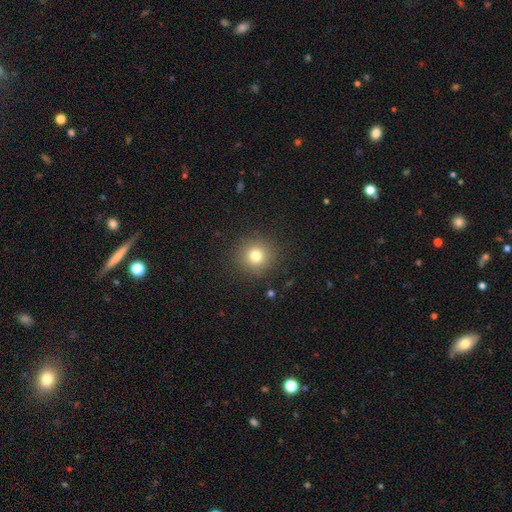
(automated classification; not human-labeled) A smooth galaxy with no disk features (78%) that is round (93%). Merging: none (90%).